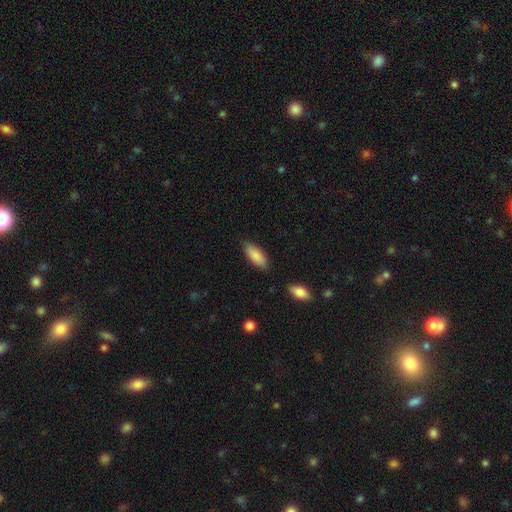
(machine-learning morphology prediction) This appears to be a smooth galaxy with no disk features (87%) that is in between round and cigar-shaped (80%). Merging: none (82%).